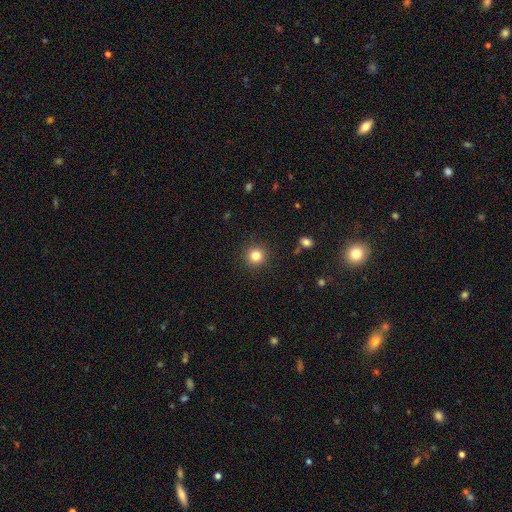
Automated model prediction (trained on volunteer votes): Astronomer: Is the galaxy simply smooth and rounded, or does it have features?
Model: smooth — 82%.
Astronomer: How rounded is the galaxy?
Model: round — 94%.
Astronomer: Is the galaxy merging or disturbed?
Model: none — 91%.